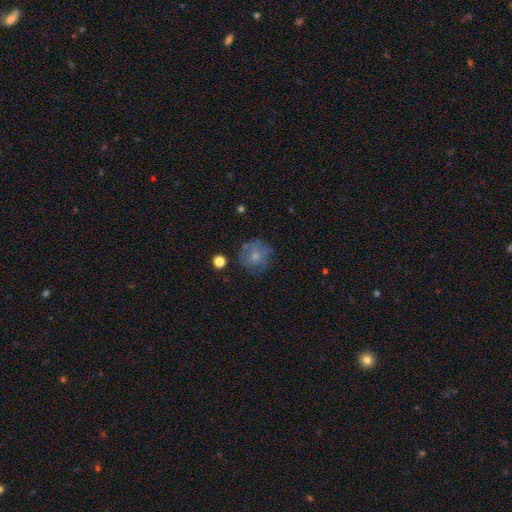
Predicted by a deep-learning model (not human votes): smooth_or_featured: smooth (p=0.60) [alt: featured or disk p=0.30]
how_rounded: round (p=0.87) [alt: in between p=0.12]
merging: none (p=0.66) [alt: minor disturbance p=0.21]